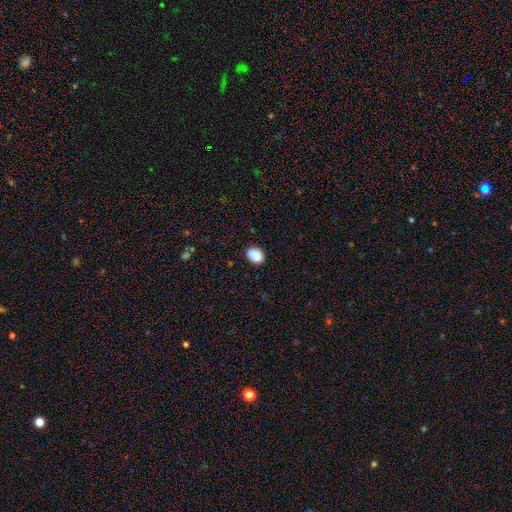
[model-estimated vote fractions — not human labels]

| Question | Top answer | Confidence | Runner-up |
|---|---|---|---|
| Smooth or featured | smooth | 87% | star or artifact (8%) |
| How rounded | in between | 64% | round (35%) |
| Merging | none | 82% | minor disturbance (14%) |